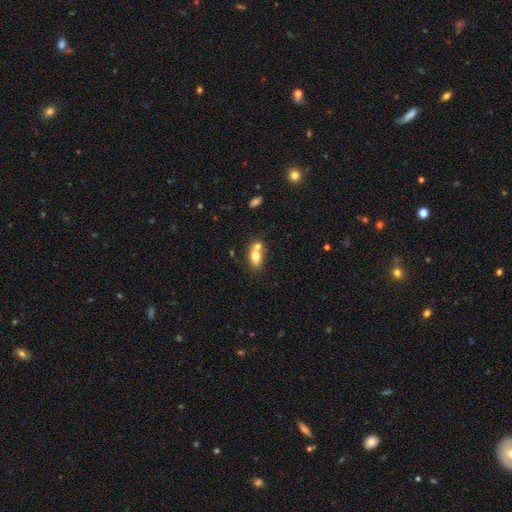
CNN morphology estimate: Overall: smooth (73%). How rounded: in between (76%). Merging: merger (51%; none 36%).